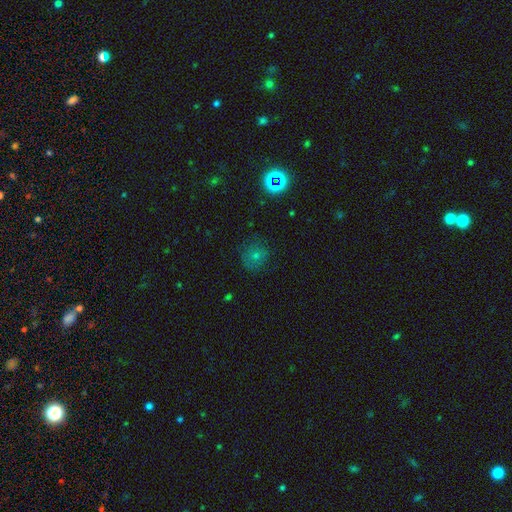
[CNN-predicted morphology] Q: Smooth or featured?
A: smooth (51%); runner-up: star or artifact (33%)
Q: How rounded?
A: round (91%); runner-up: in between (8%)
Q: Merging?
A: none (83%); runner-up: minor disturbance (12%)